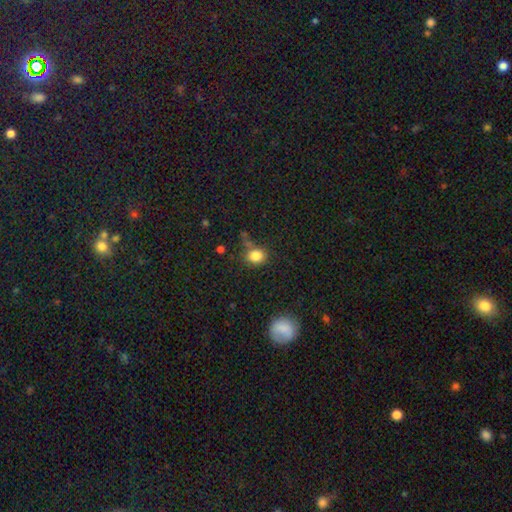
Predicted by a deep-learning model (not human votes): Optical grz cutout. It shows a smooth galaxy with no disk features (83%) that is round (59%). Merging: none (66%).